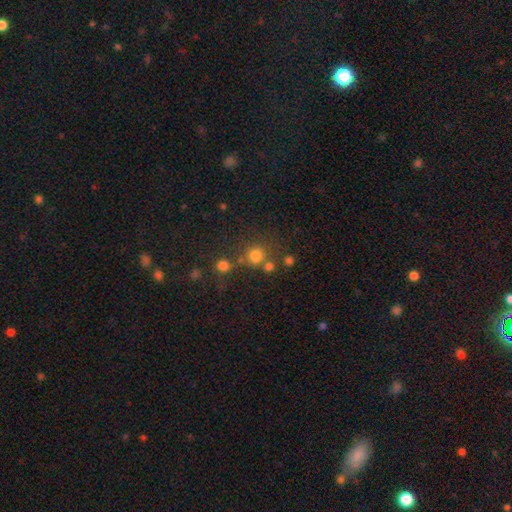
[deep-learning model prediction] Smooth or featured? smooth (76%)
How rounded? round (90%)
Merging? none (67%)